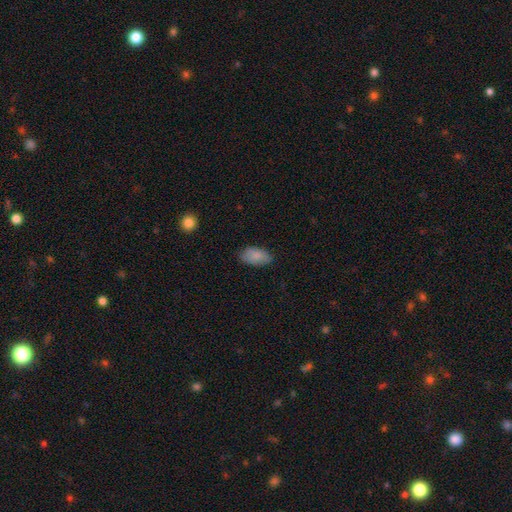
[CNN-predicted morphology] Smooth or featured? smooth (86%)
How rounded? in between (94%)
Merging? none (79%)